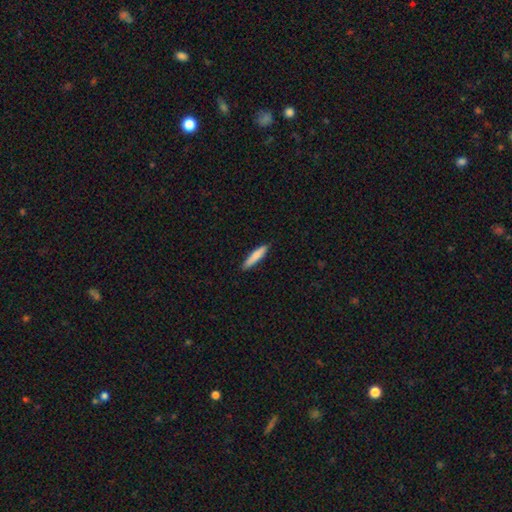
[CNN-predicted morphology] The model was most divided on "smooth or featured": smooth: 81%, featured or disk: 13%, star or artifact: 6%. More confident: merging — none (88%); how rounded — cigar-shaped (87%).